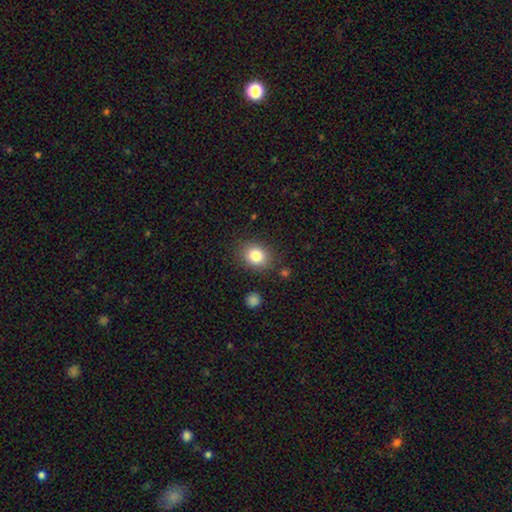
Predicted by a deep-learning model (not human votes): Morphology: type=smooth (83%); roundness=round (53%); merging=none (84%).